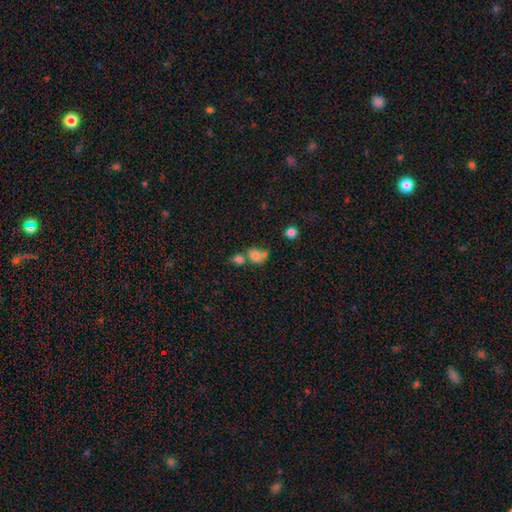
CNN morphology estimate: type=smooth (75%); roundness=round (58%); merging=merger (52%).